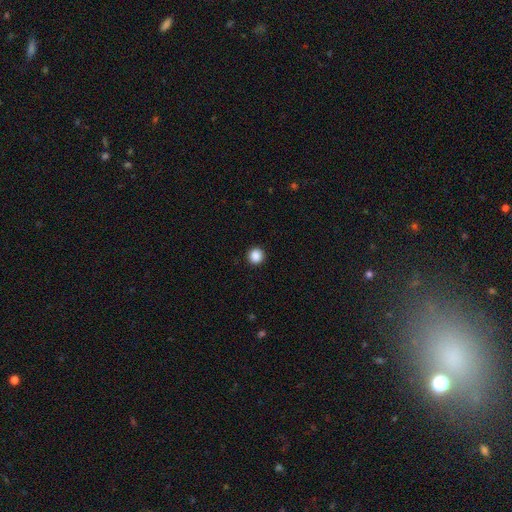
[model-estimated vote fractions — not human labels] Smooth or featured: smooth — 88% (star or artifact — 9%)
How rounded: round — 95% (in between — 4%)
Merging: none — 93% (minor disturbance — 4%)